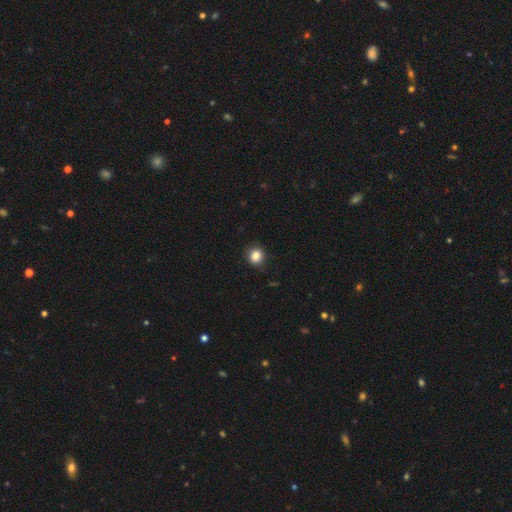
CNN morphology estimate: Smooth or featured?
  - smooth: 85% *
  - star or artifact: 10%
  - featured or disk: 4%
How rounded?
  - round: 76% *
  - in between: 23%
  - cigar-shaped: 1%
Merging?
  - none: 87% *
  - minor disturbance: 10%
  - major disturbance: 2%
  - merger: 1%